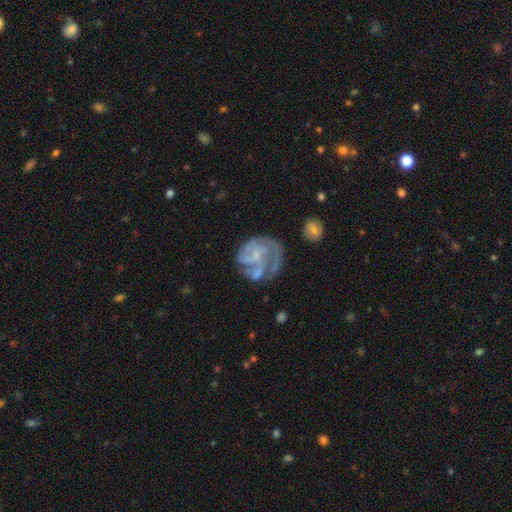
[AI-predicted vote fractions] Morphology: type=featured or disk (77%); edge-on=no (98%); bar=no (64%); spiral arms=yes (82%); winding=tight (46%); arm count=can't tell (31%); bulge=small (42%); merging=none (42%).